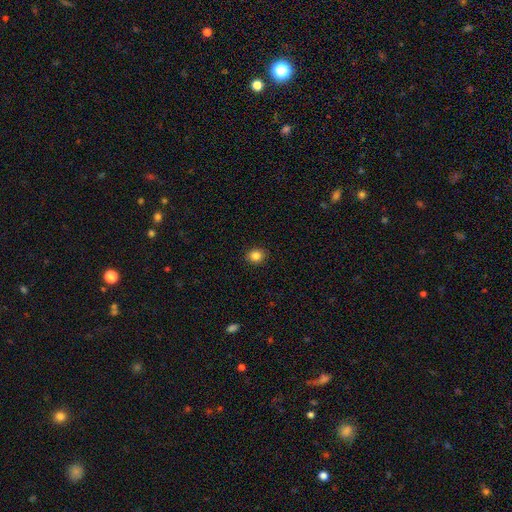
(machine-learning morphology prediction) Smooth or featured: smooth — 85% (star or artifact — 11%)
How rounded: round — 77% (in between — 22%)
Merging: none — 90% (minor disturbance — 7%)